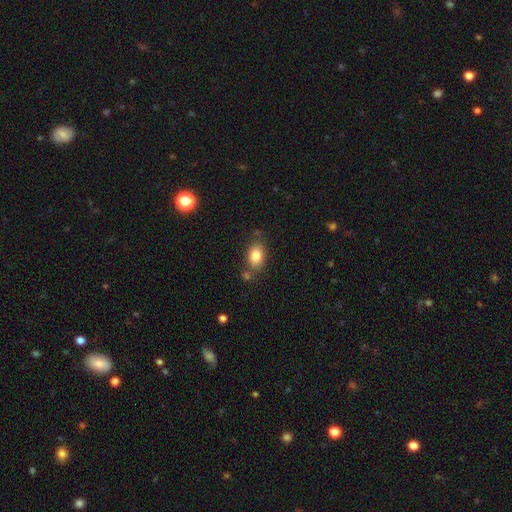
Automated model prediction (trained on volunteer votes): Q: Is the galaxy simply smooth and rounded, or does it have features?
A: smooth — 84%.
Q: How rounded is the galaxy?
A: in between — 81%.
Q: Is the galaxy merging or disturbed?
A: none — 71%.